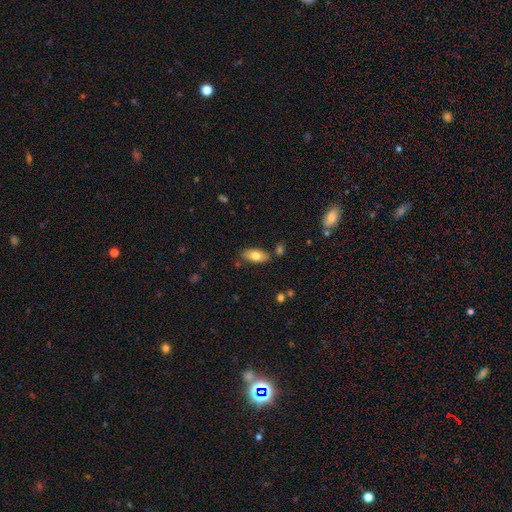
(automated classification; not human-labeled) smooth-or-featured: smooth: 76% | featured or disk: 17% | star or artifact: 7%
  how-rounded: in between: 89% | cigar-shaped: 8% | round: 3%
  merging: none: 80% | minor disturbance: 12% | merger: 5% | major disturbance: 3%